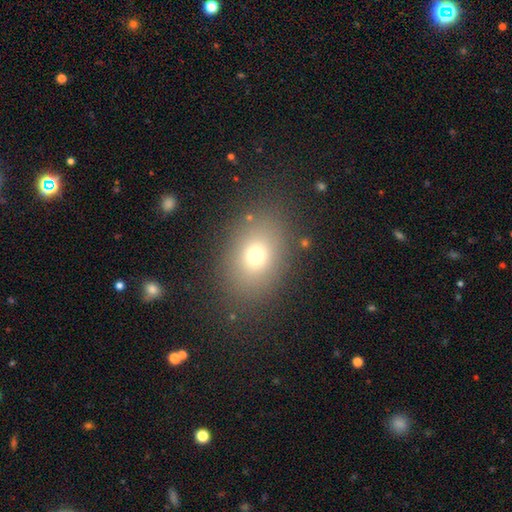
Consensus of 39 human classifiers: A smooth galaxy with no disk features (77%) that is in between round and cigar-shaped (70%). Merging: none (91%).